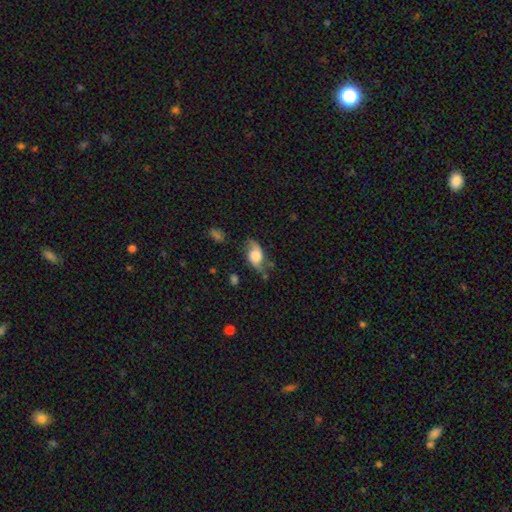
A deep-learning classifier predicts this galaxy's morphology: type=featured or disk (51%); edge-on=no (89%); merging=none (56%).